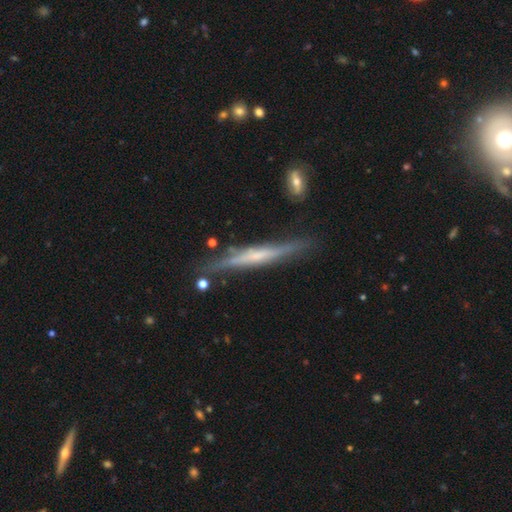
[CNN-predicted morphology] smooth-or-featured: featured or disk: 69% | smooth: 25% | star or artifact: 7%
  disk-edge-on: yes: 96% | no: 4%
    edge-on-bulge: none: 51% | rounded: 32% | boxy: 17%
  merging: none: 81% | minor disturbance: 13% | merger: 3% | major disturbance: 3%